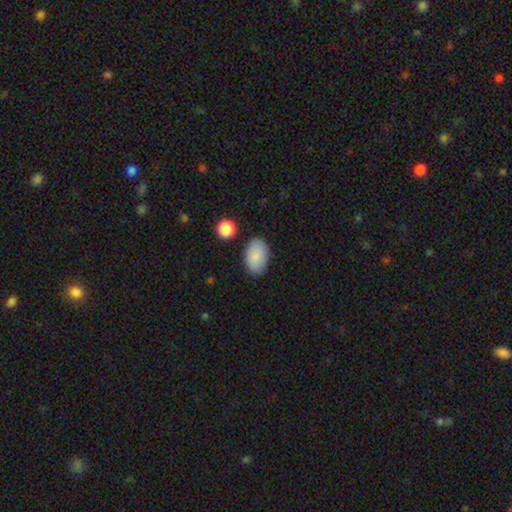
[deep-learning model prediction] A smooth galaxy with no disk features (87%) that is in between round and cigar-shaped (91%). Merging: none (82%).